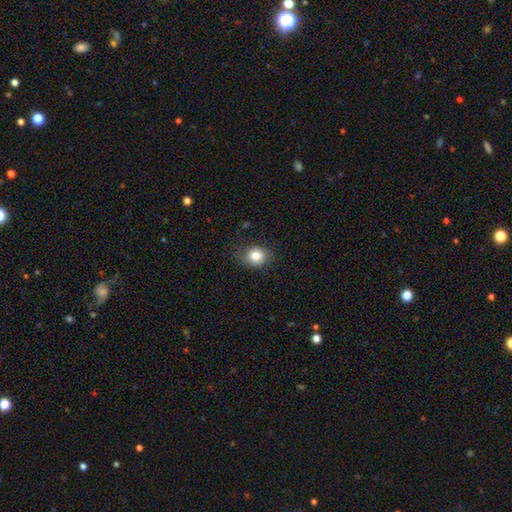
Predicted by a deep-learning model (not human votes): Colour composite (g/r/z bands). It shows a smooth galaxy with no disk features (83%) that is round (71%). Merging: none (80%).